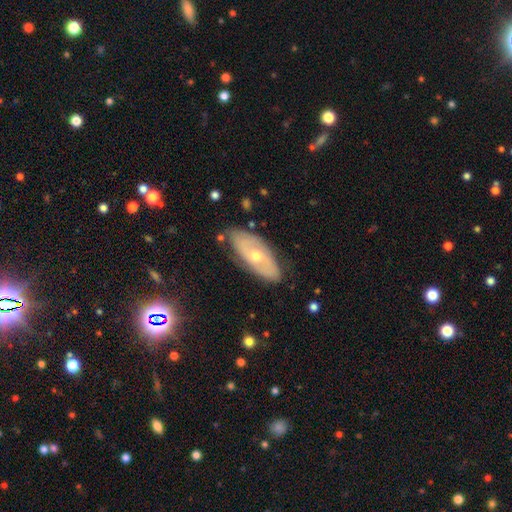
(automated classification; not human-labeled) smooth-or-featured: featured or disk: 61% | smooth: 32% | star or artifact: 7%
  disk-edge-on: no: 83% | yes: 17%
    bar: no: 73% | weak: 22% | strong: 5%
    has-spiral-arms: yes: 59% | no: 41%
    bulge-size: moderate: 57% | small: 39% | large: 2% | none: 1% | dominant: 1%
  merging: none: 78% | minor disturbance: 17% | major disturbance: 3% | merger: 2%